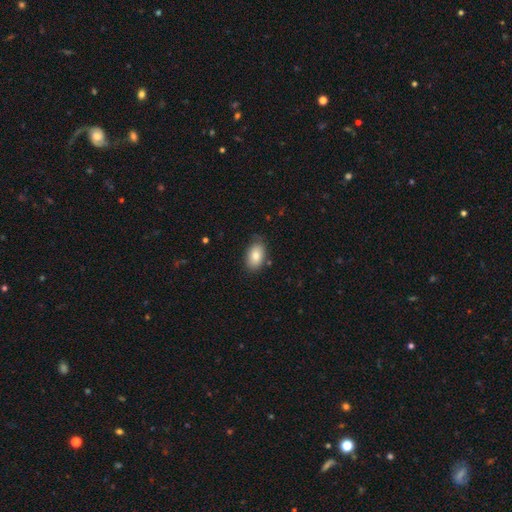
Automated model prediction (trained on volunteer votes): Q: Smooth or featured?
A: smooth (82%); runner-up: featured or disk (11%)
Q: How rounded?
A: in between (91%); runner-up: round (8%)
Q: Merging?
A: none (77%); runner-up: minor disturbance (18%)